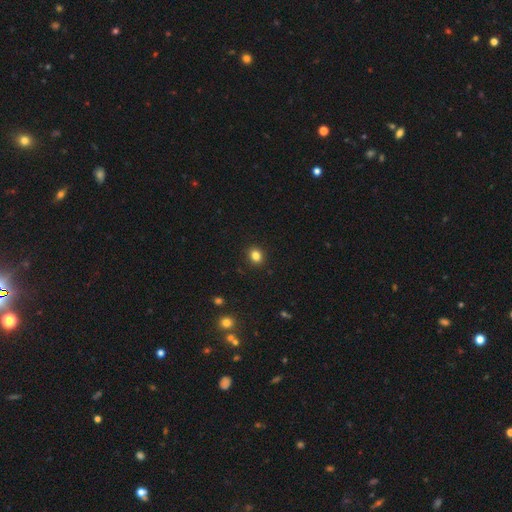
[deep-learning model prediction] smooth-or-featured: smooth: 84% | star or artifact: 12% | featured or disk: 4%
  how-rounded: round: 67% | in between: 32% | cigar-shaped: 1%
  merging: none: 91% | minor disturbance: 6% | major disturbance: 2% | merger: 1%